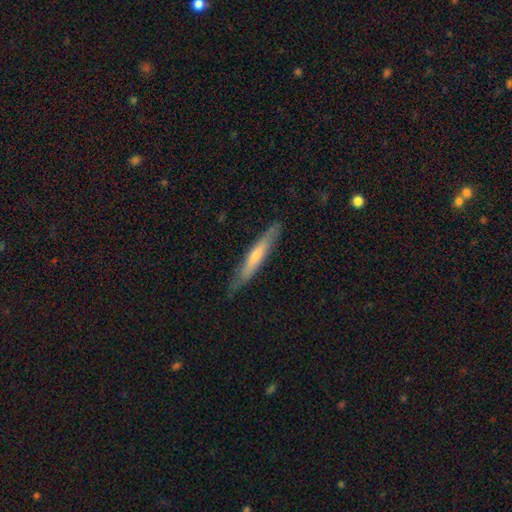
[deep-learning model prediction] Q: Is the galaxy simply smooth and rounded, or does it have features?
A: smooth — 48%.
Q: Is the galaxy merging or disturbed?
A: none — 82%.